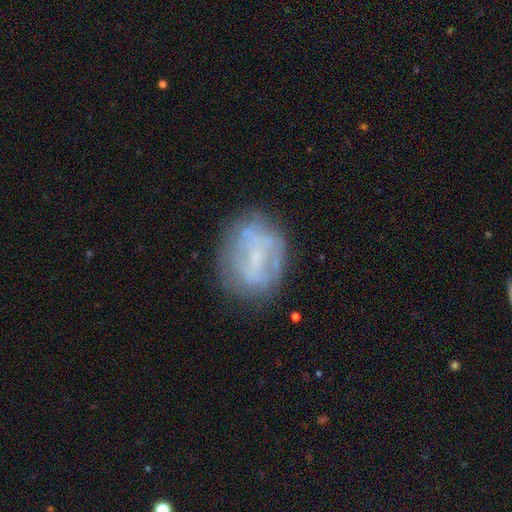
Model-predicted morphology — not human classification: type=featured or disk (57%); edge-on=no (97%); bar=no (50%); spiral arms=no (66%); bulge=small (49%); merging=none (65%).